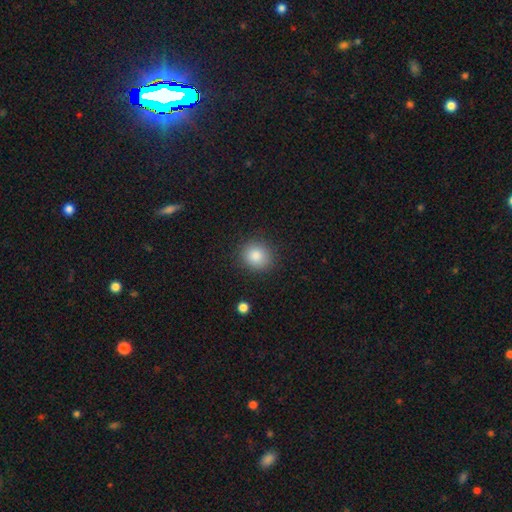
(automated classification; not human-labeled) smooth-or-featured: smooth: 85% | star or artifact: 9% | featured or disk: 5%
  how-rounded: round: 84% | in between: 15% | cigar-shaped: 1%
  merging: none: 87% | minor disturbance: 8% | major disturbance: 3% | merger: 1%